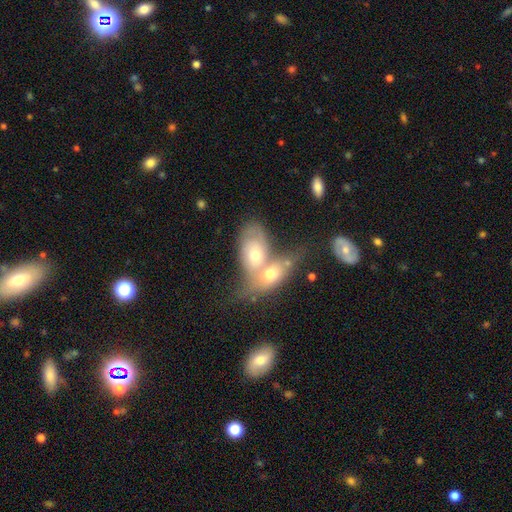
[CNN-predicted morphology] This appears to be a smooth galaxy with no disk features (48%). Merging: merger (71%).